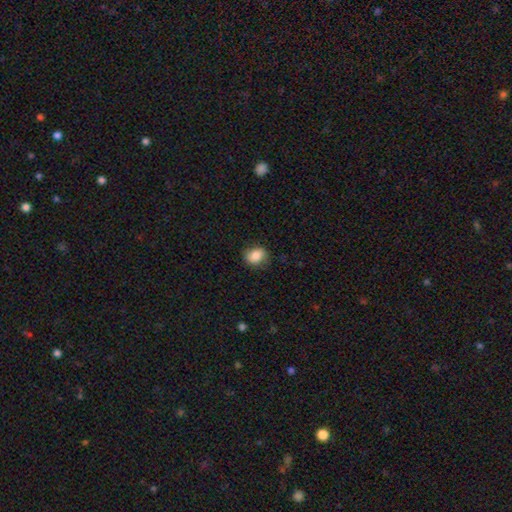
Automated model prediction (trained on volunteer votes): Smooth or featured: smooth — 86% (star or artifact — 8%)
How rounded: round — 52% (in between — 47%)
Merging: none — 79% (minor disturbance — 16%)